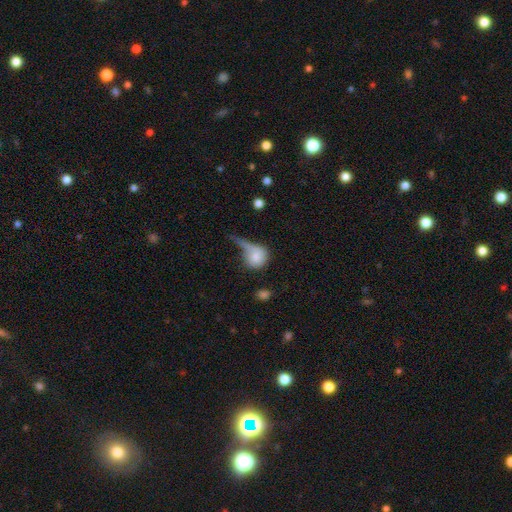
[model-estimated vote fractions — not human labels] Smooth or featured?
  - smooth: 71% *
  - featured or disk: 21%
  - star or artifact: 8%
How rounded?
  - round: 78% *
  - in between: 19%
  - cigar-shaped: 2%
Merging?
  - major disturbance: 46% *
  - none: 21%
  - minor disturbance: 20%
  - merger: 13%